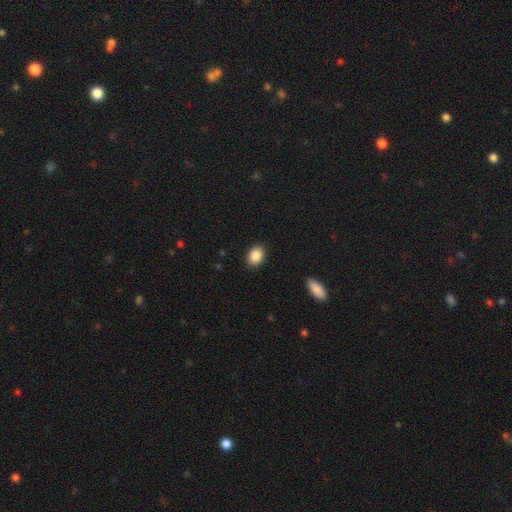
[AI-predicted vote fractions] A smooth galaxy with no disk features (88%) that is in between round and cigar-shaped (63%).

Vote fractions:
- Smooth or featured? smooth: 88% / star or artifact: 8% / featured or disk: 4%
- How rounded? in between: 63% / round: 36% / cigar-shaped: 1%
- Merging? none: 89% / minor disturbance: 8% / major disturbance: 2% / merger: 1%